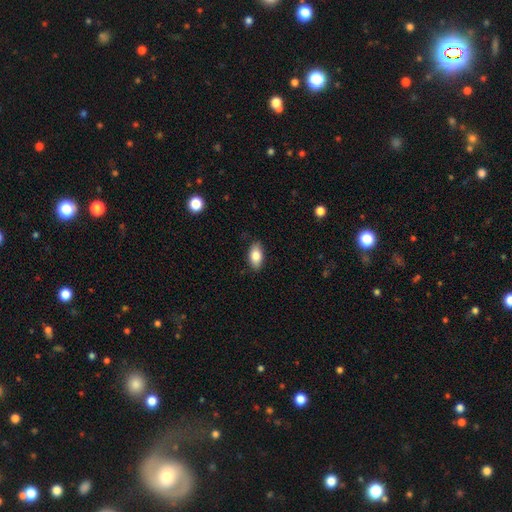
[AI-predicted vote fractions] smooth-or-featured: smooth: 84% | featured or disk: 9% | star or artifact: 7%
  how-rounded: in between: 91% | cigar-shaped: 5% | round: 4%
  merging: none: 85% | minor disturbance: 11% | major disturbance: 2% | merger: 1%